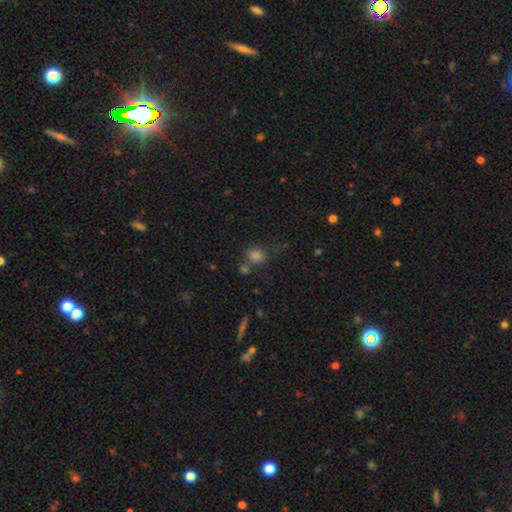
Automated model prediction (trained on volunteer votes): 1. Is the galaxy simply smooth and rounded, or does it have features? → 72% smooth, 20% star or artifact, 8% featured or disk.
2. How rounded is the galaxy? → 64% round, 34% in between, 2% cigar-shaped.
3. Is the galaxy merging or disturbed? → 57% none, 20% merger, 16% minor disturbance, 8% major disturbance.